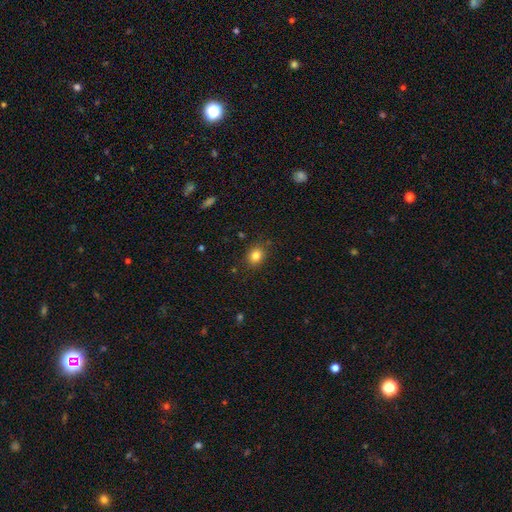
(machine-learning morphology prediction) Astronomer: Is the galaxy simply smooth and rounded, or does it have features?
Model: smooth — 82%.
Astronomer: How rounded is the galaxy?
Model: round — 56% (runner-up: in between, 43%).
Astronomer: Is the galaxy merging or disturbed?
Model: none — 84%.